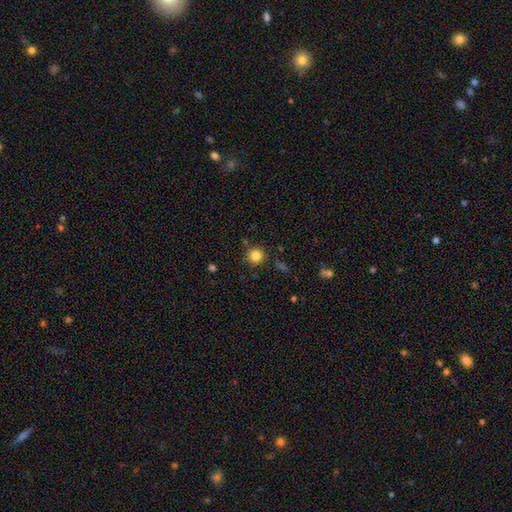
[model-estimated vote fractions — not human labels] Morphology: type=smooth (83%); roundness=round (93%); merging=none (86%).